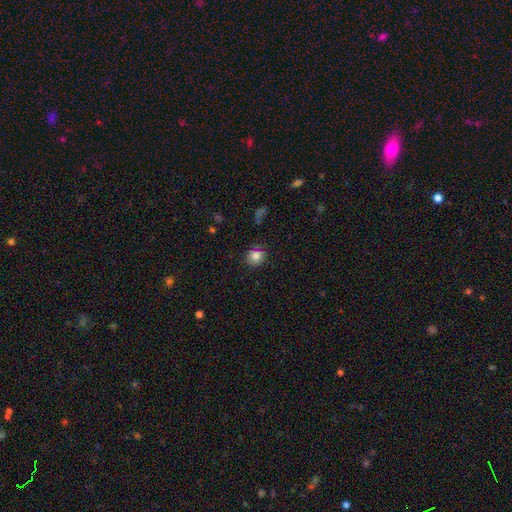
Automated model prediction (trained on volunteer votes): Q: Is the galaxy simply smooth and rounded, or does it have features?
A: smooth — 82%.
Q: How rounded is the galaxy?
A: round — 84%.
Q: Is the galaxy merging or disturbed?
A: none — 84%.